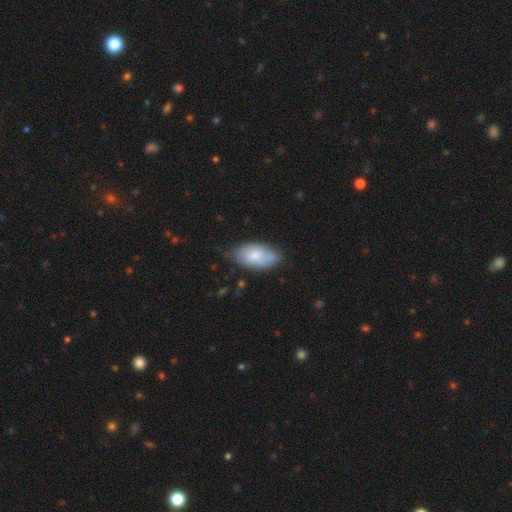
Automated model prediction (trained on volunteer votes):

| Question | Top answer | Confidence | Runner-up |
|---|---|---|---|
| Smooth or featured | smooth | 67% | featured or disk (27%) |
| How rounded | in between | 93% | round (4%) |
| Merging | none | 63% | minor disturbance (27%) |